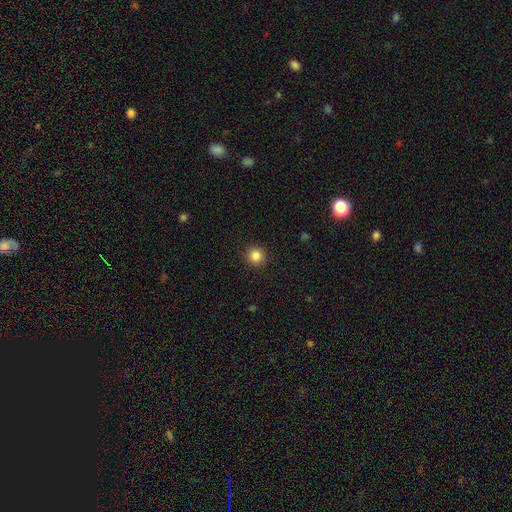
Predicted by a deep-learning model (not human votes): Smooth or featured: smooth — 85% (star or artifact — 11%)
How rounded: round — 93% (in between — 6%)
Merging: none — 92% (minor disturbance — 5%)